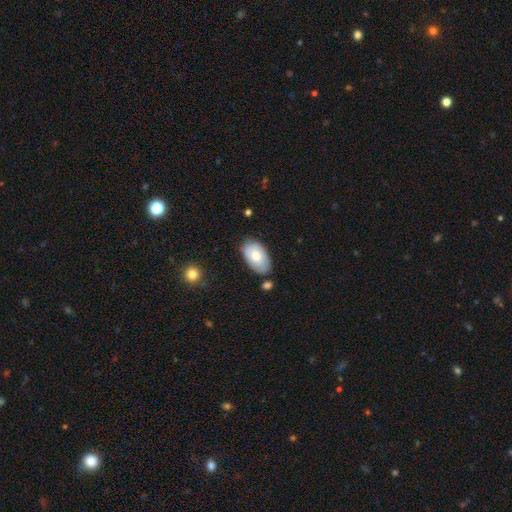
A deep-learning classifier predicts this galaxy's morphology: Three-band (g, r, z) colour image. It shows a smooth galaxy with no disk features (74%) that is in between round and cigar-shaped (94%). Merging: none (74%).